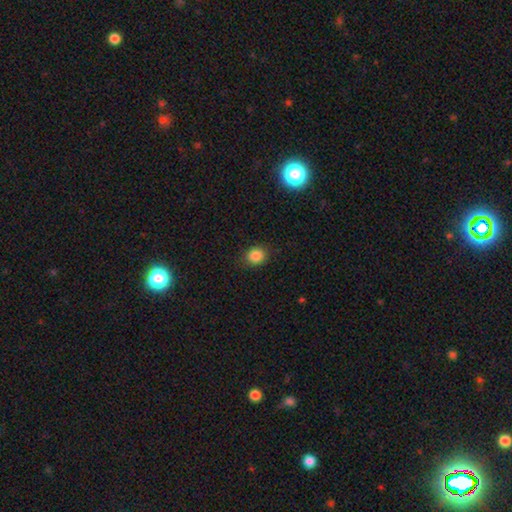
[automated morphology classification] This appears to be a smooth galaxy with no disk features (85%) that is round (70%). Merging: none (87%).